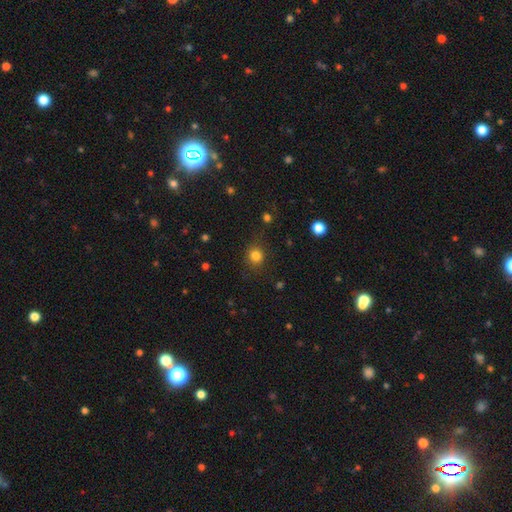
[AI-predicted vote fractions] Smooth or featured: smooth — 81% (star or artifact — 14%)
How rounded: round — 82% (in between — 17%)
Merging: none — 84% (minor disturbance — 11%)